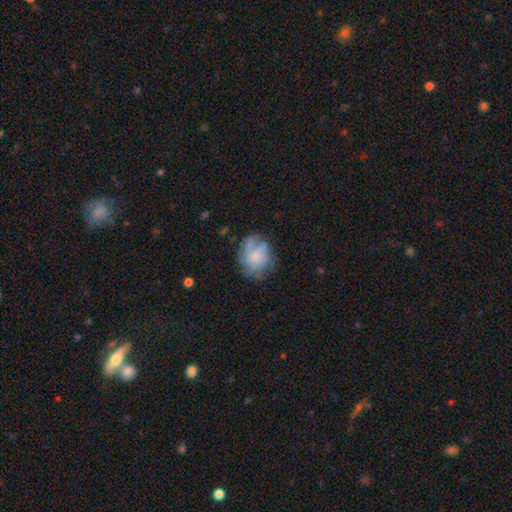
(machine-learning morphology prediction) This appears to be a featured or disk galaxy (54%) with no bar (76%), spiral arms (75%) and a small central bulge (45%). Merging: none (57%).